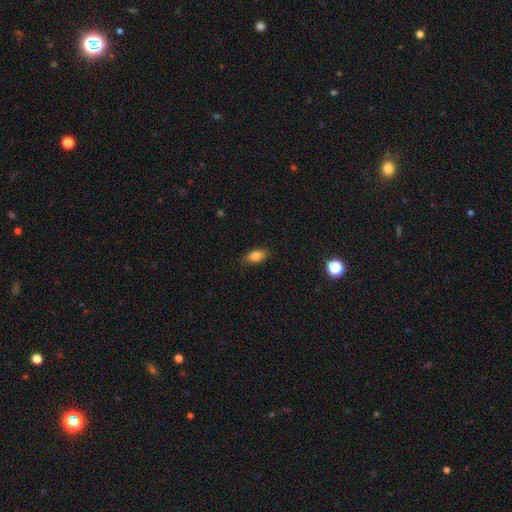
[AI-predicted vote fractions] A smooth galaxy with no disk features (83%) that is in between round and cigar-shaped (87%). Merging: none (85%).